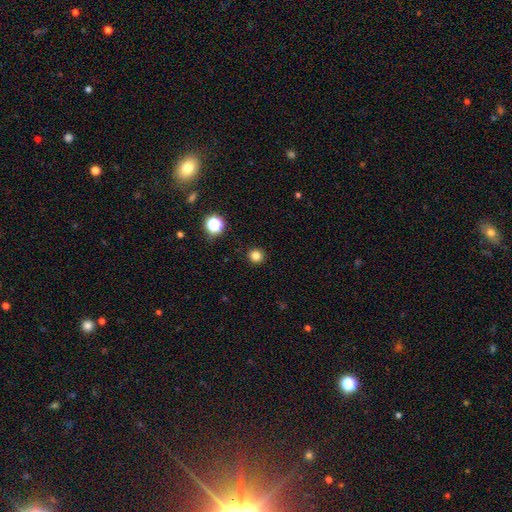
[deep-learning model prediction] A smooth galaxy with no disk features (81%) that is round (94%). Merging: none (92%).